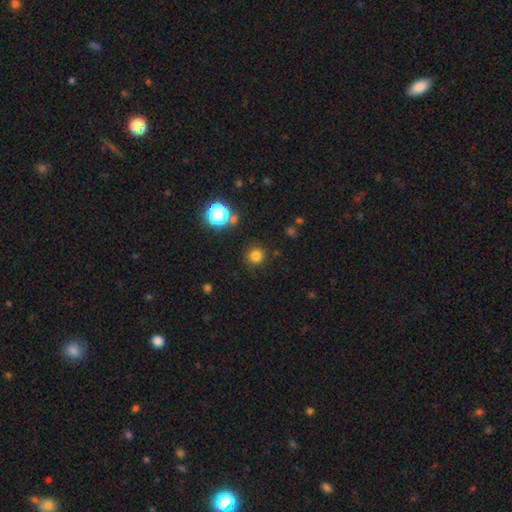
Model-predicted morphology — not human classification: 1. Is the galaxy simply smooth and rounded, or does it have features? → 79% smooth, 17% star or artifact, 5% featured or disk.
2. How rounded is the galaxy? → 95% round, 4% in between, 1% cigar-shaped.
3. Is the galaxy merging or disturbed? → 89% none, 6% minor disturbance, 3% major disturbance, 2% merger.